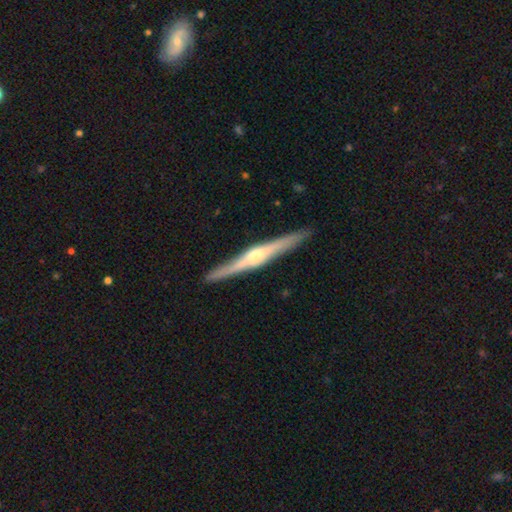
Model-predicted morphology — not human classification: Smooth or featured? Predicted: featured or disk (p=0.81). Edge-on disk? Predicted: yes (p=0.98). Edge-on bulge? Predicted: rounded (p=0.83). Merging? Predicted: none (p=0.91).